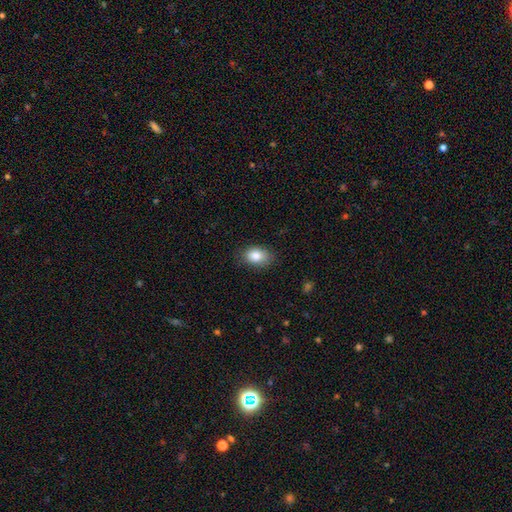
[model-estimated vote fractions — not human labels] Q: Smooth or featured?
A: smooth (85%); runner-up: star or artifact (8%)
Q: How rounded?
A: in between (82%); runner-up: round (17%)
Q: Merging?
A: none (81%); runner-up: minor disturbance (15%)